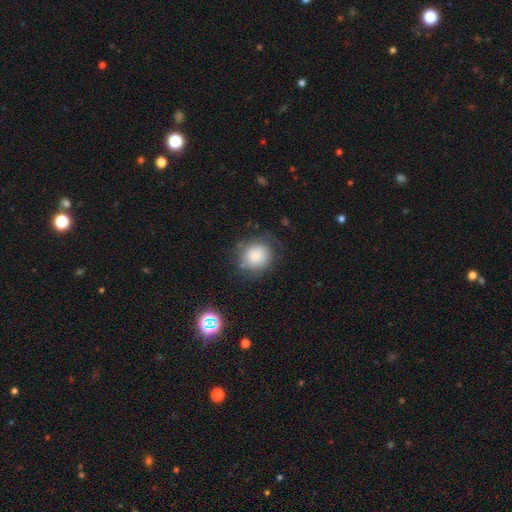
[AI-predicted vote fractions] Smooth or featured? smooth (78%)
How rounded? round (80%)
Merging? none (65%)